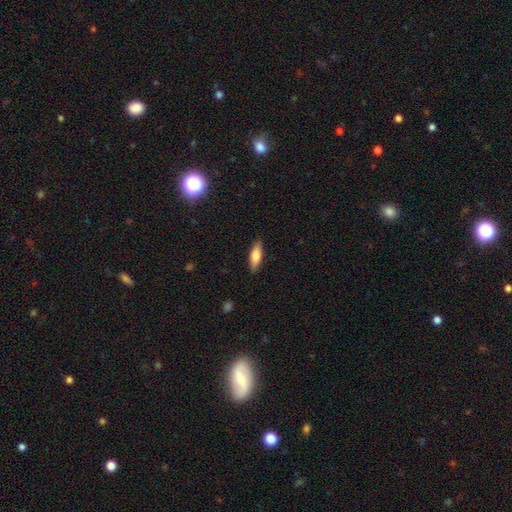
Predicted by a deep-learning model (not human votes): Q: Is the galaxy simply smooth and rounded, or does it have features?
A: smooth — 76%.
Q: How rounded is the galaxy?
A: in between — 57%.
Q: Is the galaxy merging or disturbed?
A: none — 88%.